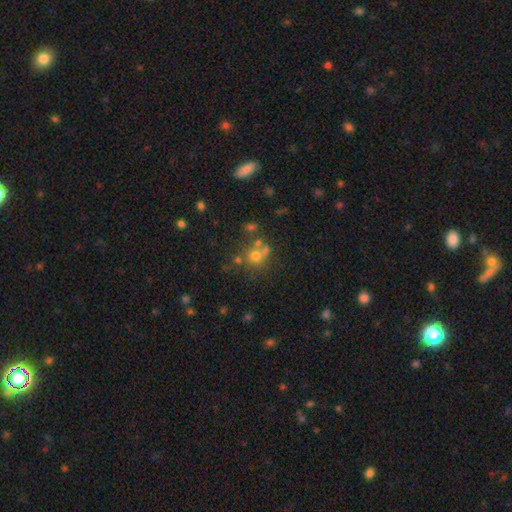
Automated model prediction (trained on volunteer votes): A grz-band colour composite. It shows a smooth galaxy with no disk features (61%) that is round (86%). Merging: none (54%).